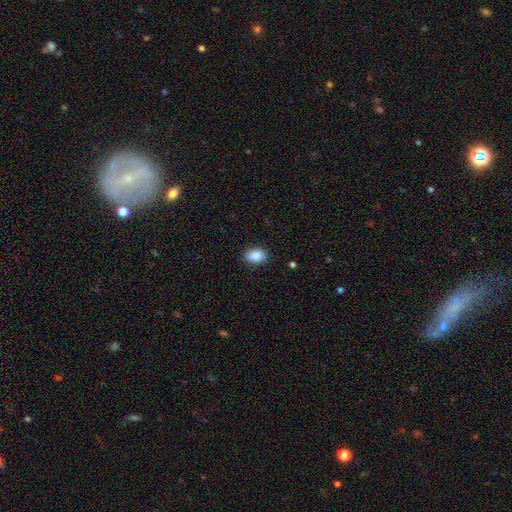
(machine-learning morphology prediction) Smooth or featured? Predicted: smooth (p=0.89). How rounded? Predicted: in between (p=0.86). Merging? Predicted: none (p=0.87).